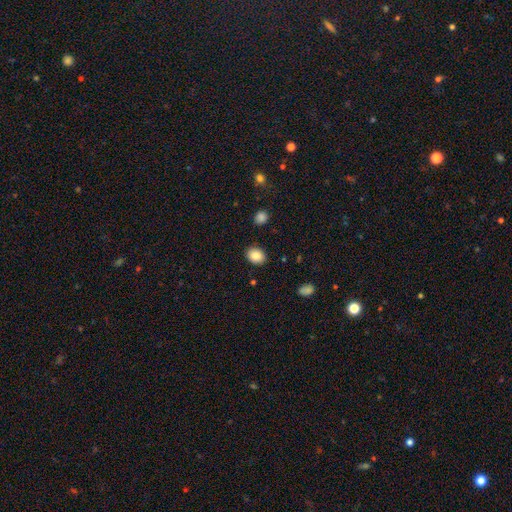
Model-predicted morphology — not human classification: smooth-or-featured: smooth: 86% | star or artifact: 8% | featured or disk: 5%
  how-rounded: in between: 58% | round: 41% | cigar-shaped: 1%
  merging: none: 88% | minor disturbance: 8% | major disturbance: 2% | merger: 2%